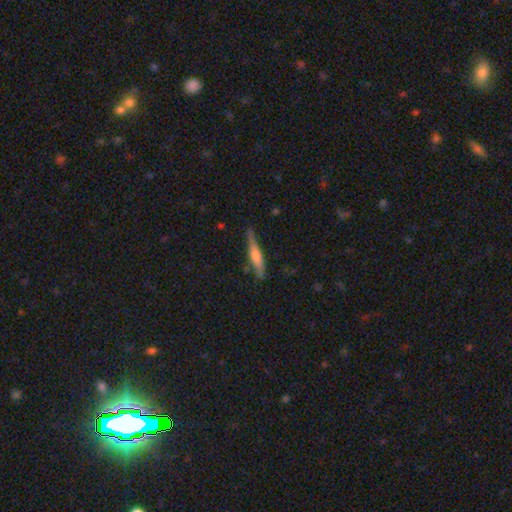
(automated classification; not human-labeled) featured or disk 49%, smooth 45%, star or artifact 6%. Down the decision tree: merging — none (75%).